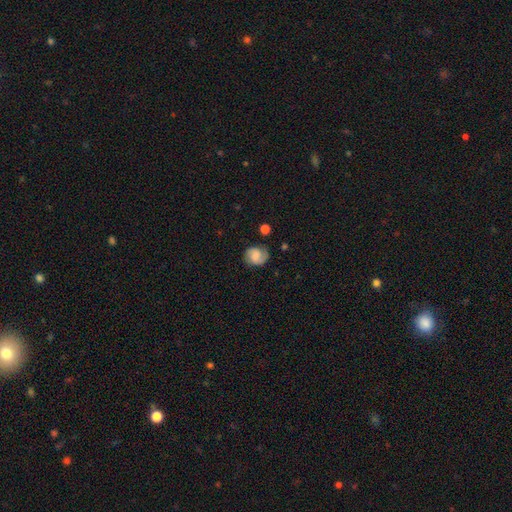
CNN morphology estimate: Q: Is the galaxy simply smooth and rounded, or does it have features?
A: featured or disk — 55%.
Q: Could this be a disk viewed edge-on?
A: no — 98%.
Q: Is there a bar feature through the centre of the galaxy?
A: no — 46%.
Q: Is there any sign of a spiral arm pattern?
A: yes — 92%.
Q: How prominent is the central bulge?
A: none — 37%.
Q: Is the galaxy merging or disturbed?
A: none — 69%.